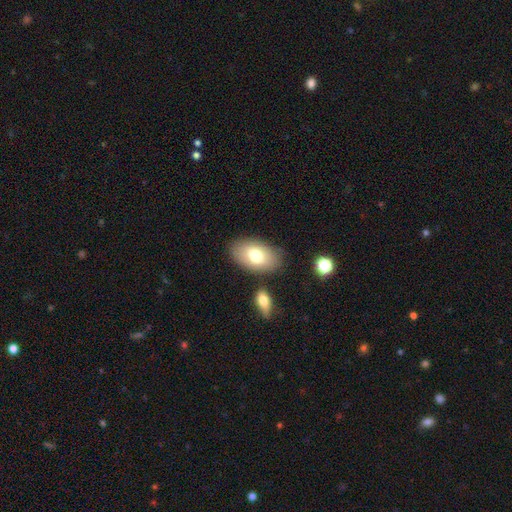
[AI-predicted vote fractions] A smooth galaxy with no disk features (75%) that is in between round and cigar-shaped (93%). Merging: none (78%).